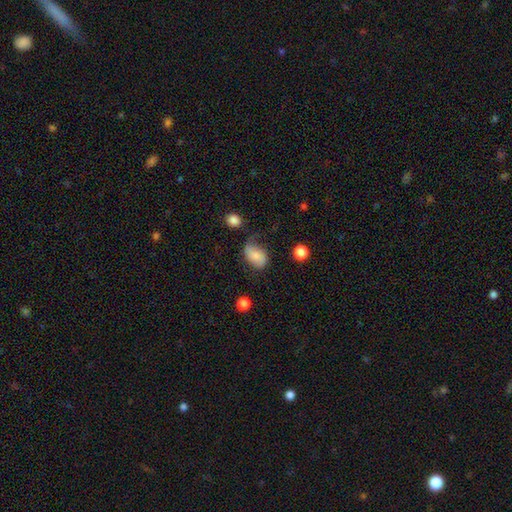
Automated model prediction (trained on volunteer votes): Smooth or featured? smooth (72%)
How rounded? in between (86%)
Merging? none (46%)